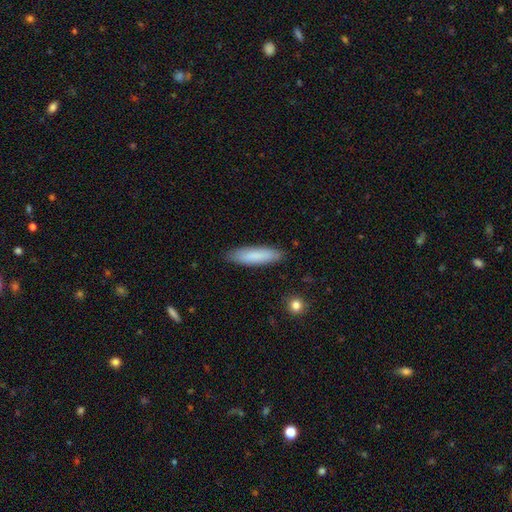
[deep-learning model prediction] Q: Smooth or featured?
A: smooth (84%); runner-up: featured or disk (10%)
Q: How rounded?
A: cigar-shaped (67%); runner-up: in between (32%)
Q: Merging?
A: none (87%); runner-up: minor disturbance (10%)